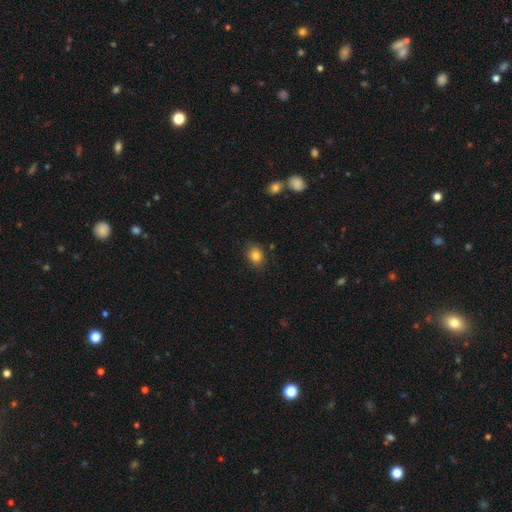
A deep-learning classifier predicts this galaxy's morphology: smooth-or-featured: smooth: 83% | star or artifact: 10% | featured or disk: 7%
  how-rounded: in between: 58% | round: 41% | cigar-shaped: 1%
  merging: none: 83% | minor disturbance: 13% | major disturbance: 3% | merger: 2%